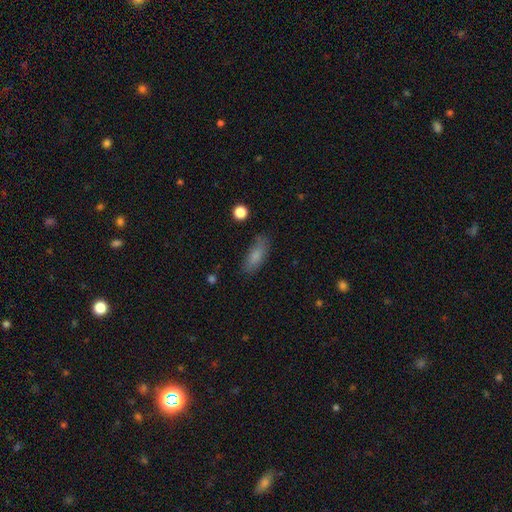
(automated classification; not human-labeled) This appears to be a smooth galaxy with no disk features (81%) that is in between round and cigar-shaped (69%). Merging: none (78%).